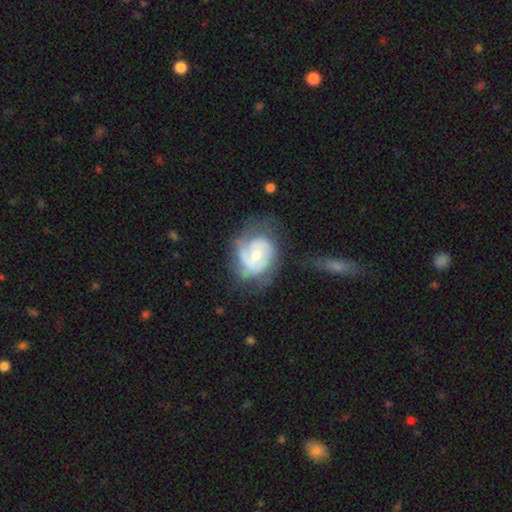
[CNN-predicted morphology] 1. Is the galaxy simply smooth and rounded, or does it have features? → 74% featured or disk, 20% smooth, 6% star or artifact.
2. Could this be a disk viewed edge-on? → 97% no, 3% yes.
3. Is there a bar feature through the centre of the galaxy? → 59% no, 34% weak, 7% strong.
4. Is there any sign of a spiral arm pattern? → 86% yes, 14% no.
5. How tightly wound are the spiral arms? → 52% tight, 35% medium, 13% loose.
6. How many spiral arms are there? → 40% 2, 32% can't tell, 14% 3, 9% 1, 3% 4, 2% more than 4.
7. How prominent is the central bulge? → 47% small, 46% moderate, 4% large, 2% none, 1% dominant.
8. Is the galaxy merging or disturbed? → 46% none, 26% minor disturbance, 23% major disturbance, 5% merger.